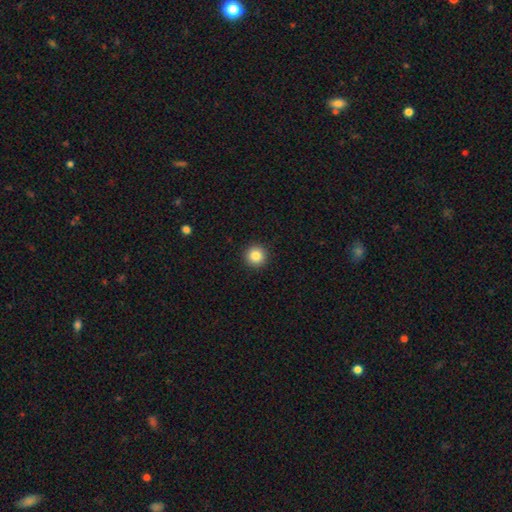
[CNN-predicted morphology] Smooth or featured? Predicted: smooth (p=0.85). How rounded? Predicted: round (p=0.96). Merging? Predicted: none (p=0.93).